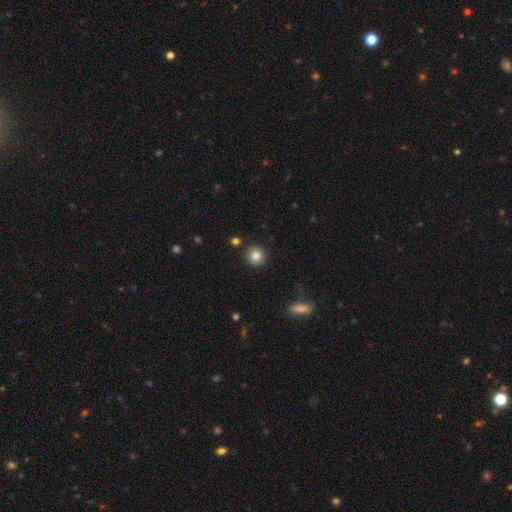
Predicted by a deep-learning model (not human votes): Morphology: type=smooth (85%); roundness=round (92%); merging=none (90%).